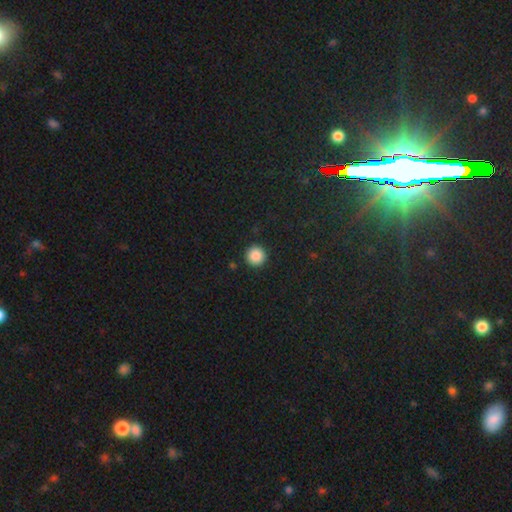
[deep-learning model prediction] Morphology: type=smooth (88%); roundness=round (96%); merging=none (92%).